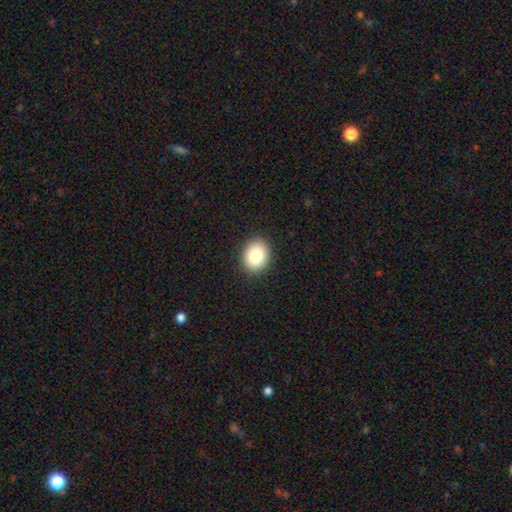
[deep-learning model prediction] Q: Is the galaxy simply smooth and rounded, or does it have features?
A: smooth — 84%.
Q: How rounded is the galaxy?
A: round — 52%.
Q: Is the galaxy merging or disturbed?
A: none — 90%.